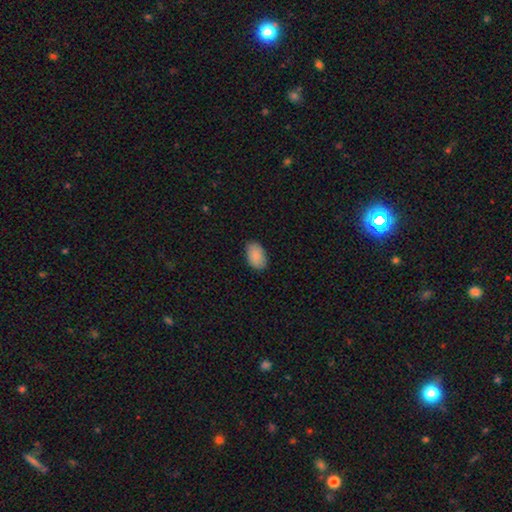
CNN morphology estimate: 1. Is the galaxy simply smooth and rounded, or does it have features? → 89% smooth, 7% star or artifact, 5% featured or disk.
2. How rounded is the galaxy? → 92% in between, 7% round, 1% cigar-shaped.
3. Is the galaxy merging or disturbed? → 84% none, 13% minor disturbance, 2% major disturbance, 1% merger.